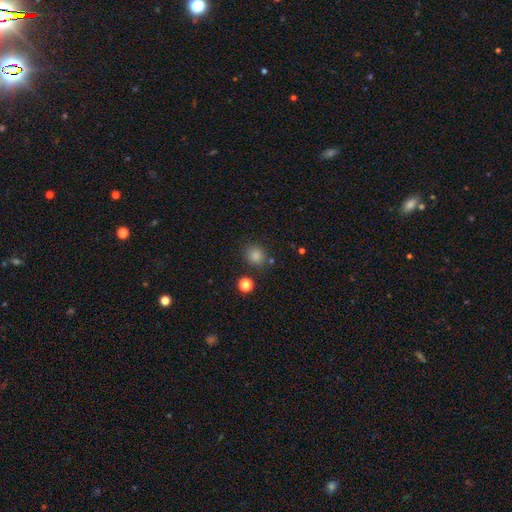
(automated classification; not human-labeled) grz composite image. It shows a smooth galaxy with no disk features (83%) that is round (79%). Merging: none (81%).